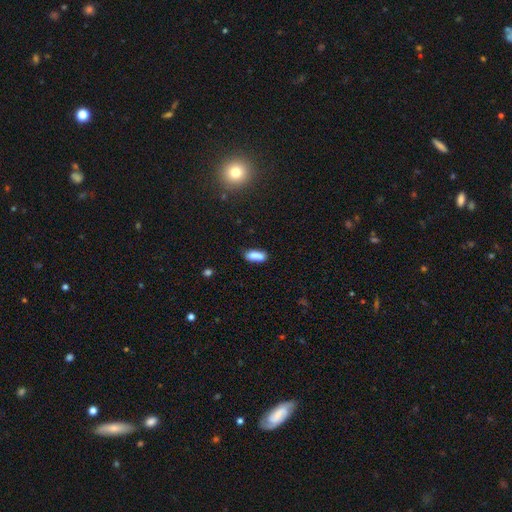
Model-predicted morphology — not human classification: A smooth galaxy with no disk features (80%) that is in between round and cigar-shaped (73%). Merging: none (54%).